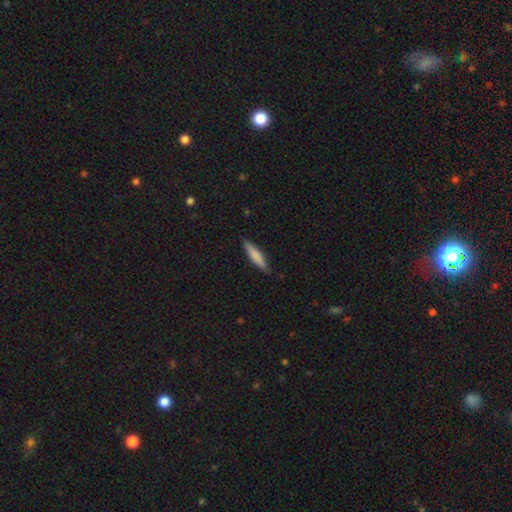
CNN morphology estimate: Smooth or featured? smooth (75%)
How rounded? cigar-shaped (83%)
Merging? none (86%)